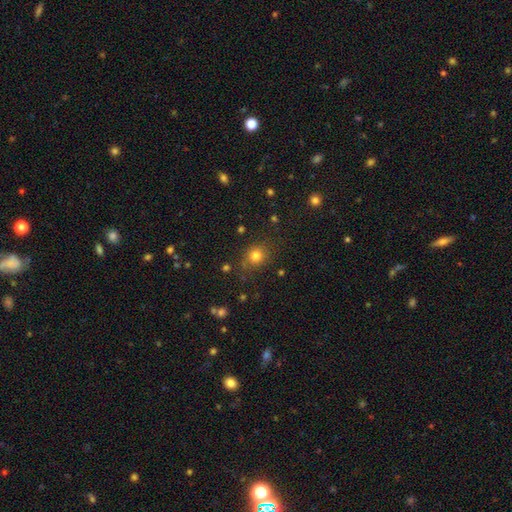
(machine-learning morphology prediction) A smooth galaxy with no disk features (79%) that is round (80%).

Vote fractions:
- Smooth or featured? smooth: 79% / star or artifact: 14% / featured or disk: 6%
- How rounded? round: 80% / in between: 19% / cigar-shaped: 1%
- Merging? none: 78% / minor disturbance: 13% / major disturbance: 5% / merger: 4%